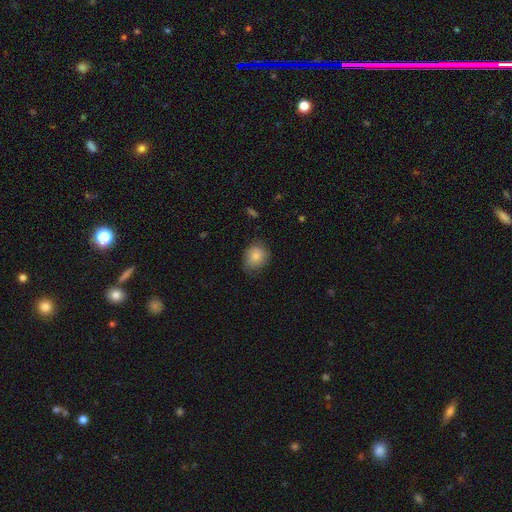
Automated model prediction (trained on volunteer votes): smooth 79%, featured or disk 13%, star or artifact 8%. Down the decision tree: how rounded — round (62%); merging — none (70%).